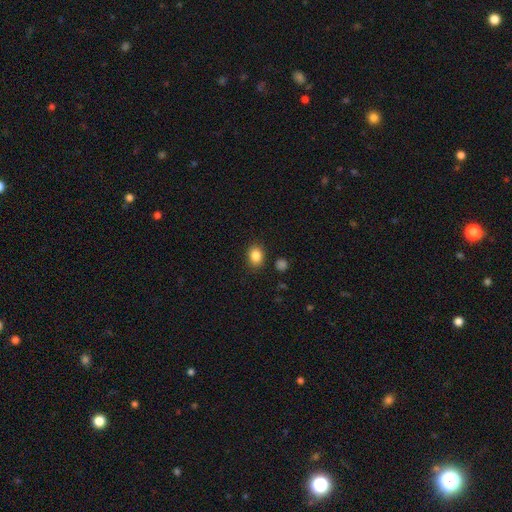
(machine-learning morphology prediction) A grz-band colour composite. It shows a smooth galaxy with no disk features (86%) that is round (51%). Merging: none (85%).